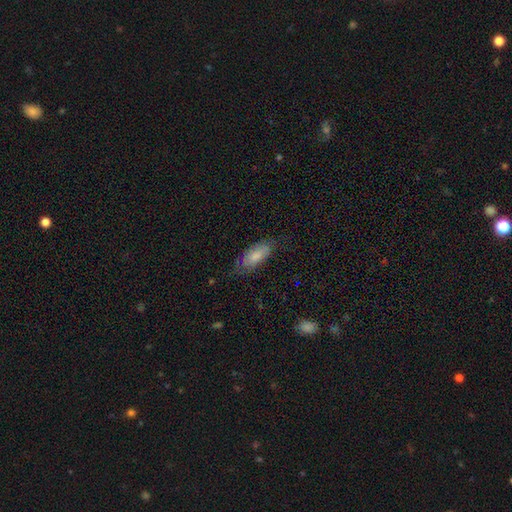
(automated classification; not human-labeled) Smooth or featured? smooth (68%)
How rounded? in between (84%)
Merging? none (63%)